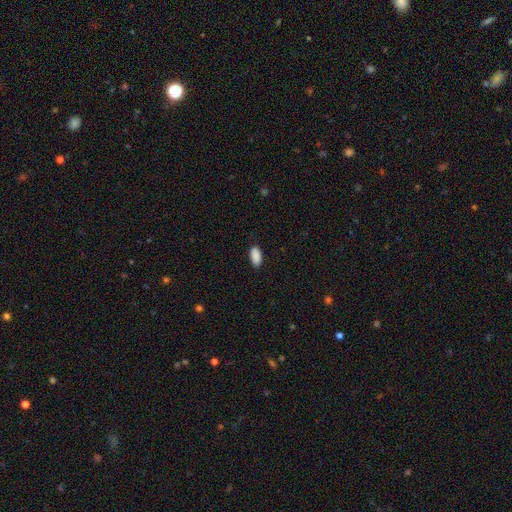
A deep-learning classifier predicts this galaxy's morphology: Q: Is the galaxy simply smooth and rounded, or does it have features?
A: smooth — 90%.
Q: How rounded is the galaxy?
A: in between — 92%.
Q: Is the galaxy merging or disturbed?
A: none — 87%.